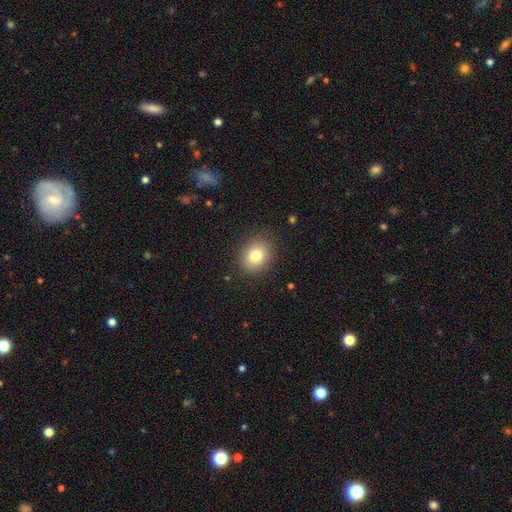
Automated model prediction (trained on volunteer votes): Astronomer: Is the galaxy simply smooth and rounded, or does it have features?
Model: smooth — 80%.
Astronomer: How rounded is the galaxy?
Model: round — 61% (runner-up: in between, 38%).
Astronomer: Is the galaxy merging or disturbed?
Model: none — 88%.